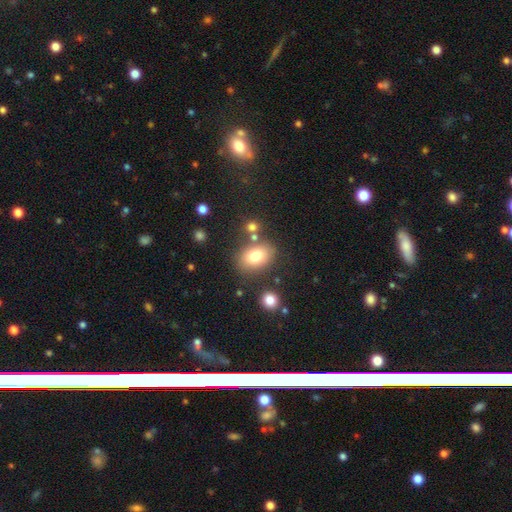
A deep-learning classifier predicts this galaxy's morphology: Smooth or featured?
  - smooth: 78% *
  - featured or disk: 12%
  - star or artifact: 10%
How rounded?
  - in between: 75% *
  - round: 24%
  - cigar-shaped: 1%
Merging?
  - none: 72% *
  - minor disturbance: 14%
  - merger: 10%
  - major disturbance: 5%